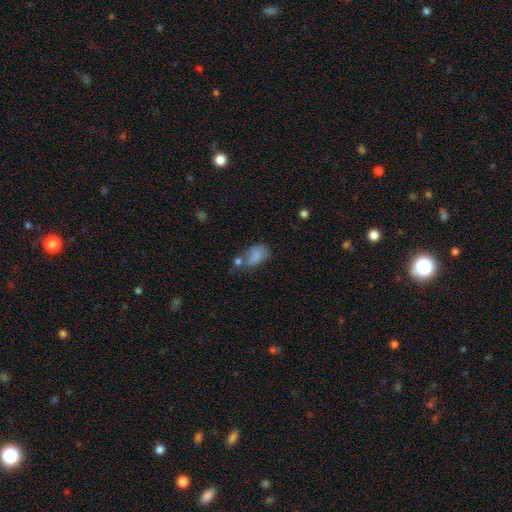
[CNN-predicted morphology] Overall: smooth (78%). How rounded: in between (86%). Merging: none (33%; merger 29%).